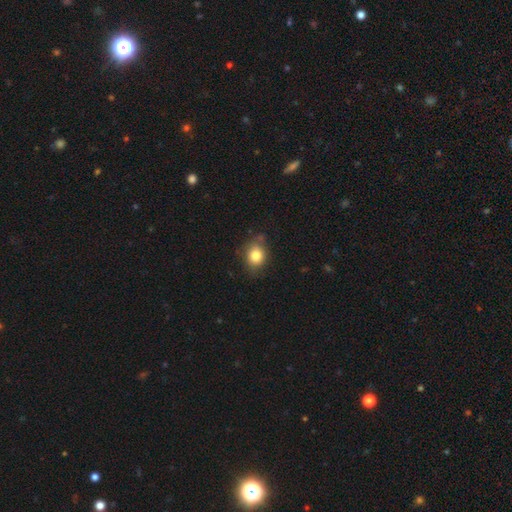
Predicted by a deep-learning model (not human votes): smooth_or_featured: smooth (p=0.81) [alt: star or artifact p=0.10]
how_rounded: round (p=0.59) [alt: in between p=0.40]
merging: none (p=0.73) [alt: minor disturbance p=0.20]